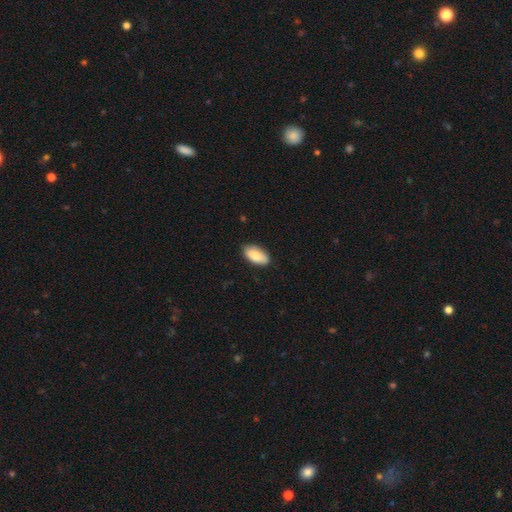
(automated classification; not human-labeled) This is clearly a smooth galaxy (85%). How rounded: clearly in between (93%). Merging: clearly none (84%).